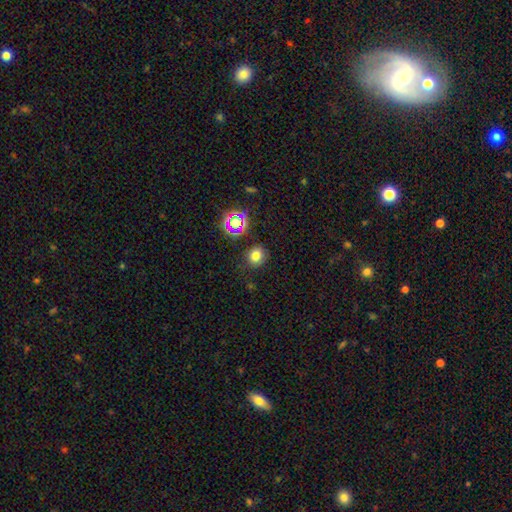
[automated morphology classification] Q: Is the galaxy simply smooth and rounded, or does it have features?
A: smooth — 75%.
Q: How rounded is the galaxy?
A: round — 78%.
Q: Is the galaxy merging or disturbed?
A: none — 84%.